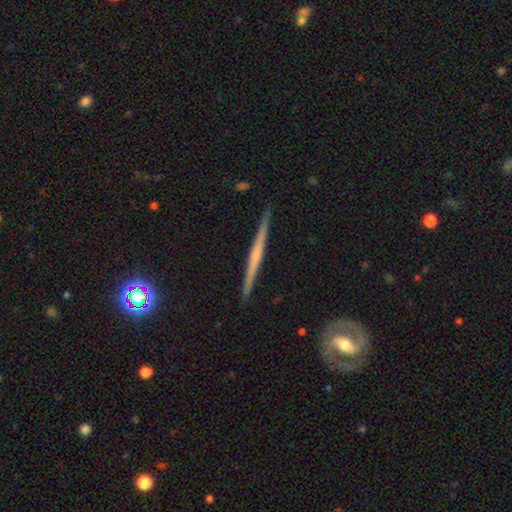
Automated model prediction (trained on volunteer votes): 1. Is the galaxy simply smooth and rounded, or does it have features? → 72% featured or disk, 22% smooth, 6% star or artifact.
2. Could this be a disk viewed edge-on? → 98% yes, 2% no.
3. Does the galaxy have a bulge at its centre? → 61% none, 30% rounded, 9% boxy.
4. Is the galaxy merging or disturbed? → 91% none, 6% minor disturbance, 1% major disturbance, 1% merger.